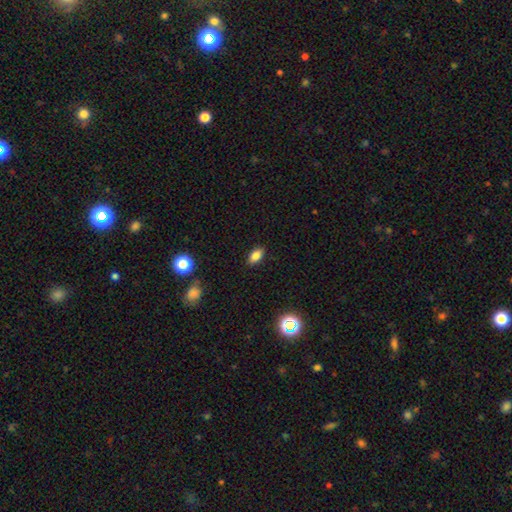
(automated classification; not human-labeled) smooth 83%, star or artifact 10%, featured or disk 7%. Down the decision tree: how rounded — in between (89%); merging — none (89%).